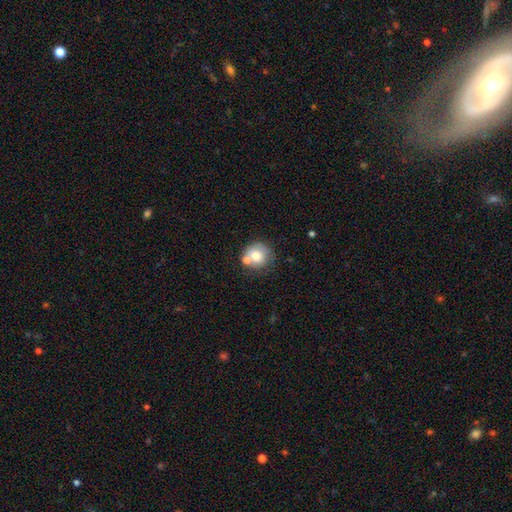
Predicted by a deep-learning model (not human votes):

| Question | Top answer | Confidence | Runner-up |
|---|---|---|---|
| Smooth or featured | smooth | 74% | featured or disk (17%) |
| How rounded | round | 89% | in between (10%) |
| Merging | none | 57% | merger (24%) |